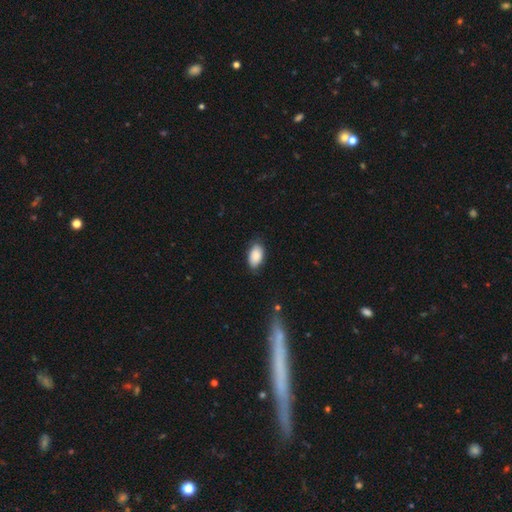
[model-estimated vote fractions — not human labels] Q: Smooth or featured?
A: smooth (86%); runner-up: featured or disk (7%)
Q: How rounded?
A: in between (94%); runner-up: round (5%)
Q: Merging?
A: none (77%); runner-up: minor disturbance (18%)